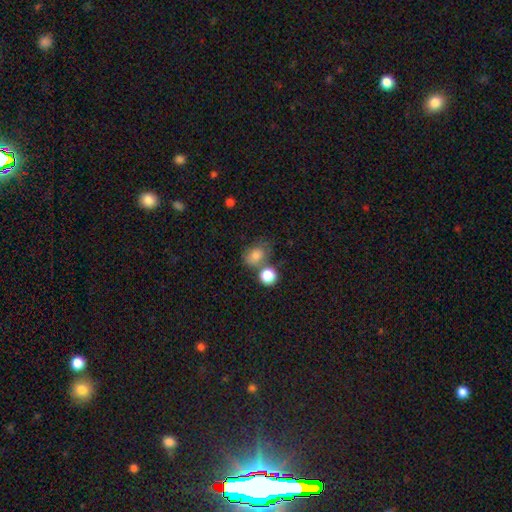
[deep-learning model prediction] Smooth or featured?
  - smooth: 81% *
  - star or artifact: 10%
  - featured or disk: 9%
How rounded?
  - in between: 58% *
  - round: 40%
  - cigar-shaped: 1%
Merging?
  - none: 49% *
  - merger: 26%
  - minor disturbance: 17%
  - major disturbance: 8%